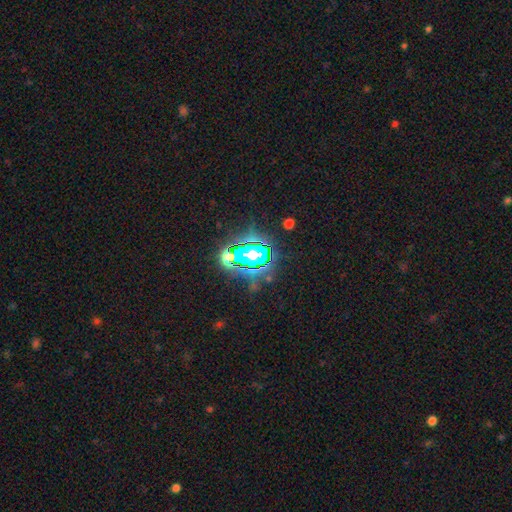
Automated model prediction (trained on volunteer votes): This appears to be a star or artifact, not a galaxy (82%).